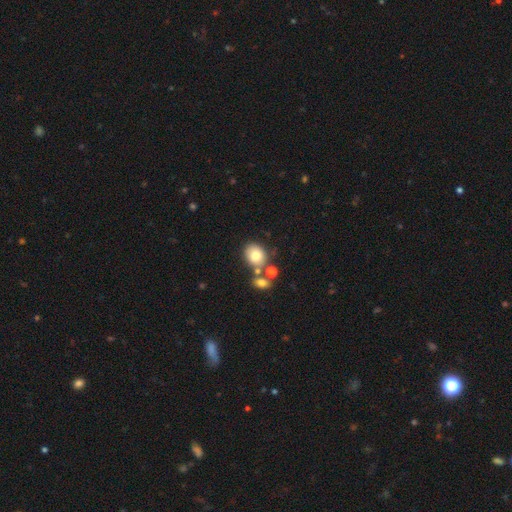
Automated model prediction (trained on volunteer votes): Smooth or featured? Predicted: smooth (p=0.78). How rounded? Predicted: round (p=0.52). Merging? Predicted: none (p=0.59).